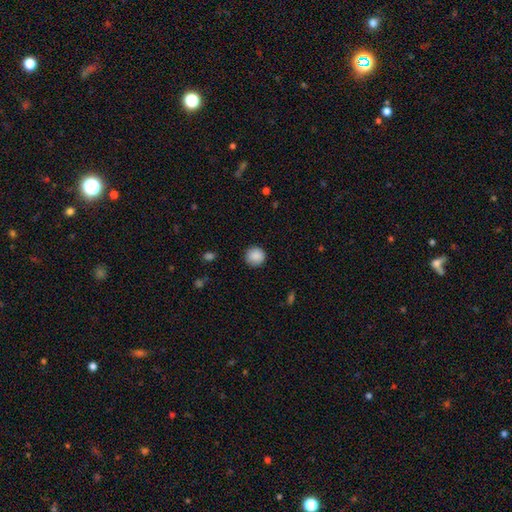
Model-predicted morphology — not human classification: This is clearly a smooth galaxy (88%). How rounded: clearly round (94%). Merging: clearly none (89%).